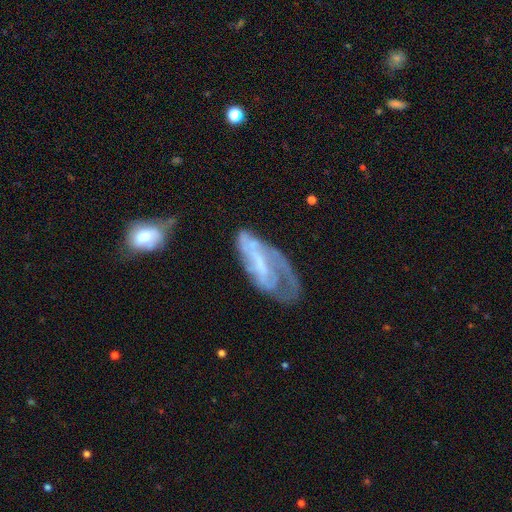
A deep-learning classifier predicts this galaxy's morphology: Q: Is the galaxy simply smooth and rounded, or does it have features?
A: featured or disk — 67%.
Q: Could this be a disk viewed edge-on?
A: no — 86%.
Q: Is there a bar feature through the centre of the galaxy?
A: no — 38%.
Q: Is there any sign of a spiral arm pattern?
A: yes — 66%.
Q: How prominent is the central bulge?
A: small — 44%.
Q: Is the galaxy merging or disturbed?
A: none — 44%.